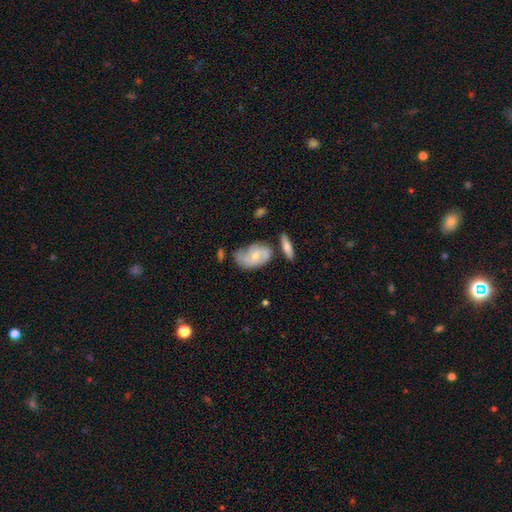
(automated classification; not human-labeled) This is possibly a featured or disk galaxy (53%). It is clearly not viewed edge-on (94%). Merging: marginally none (41%).